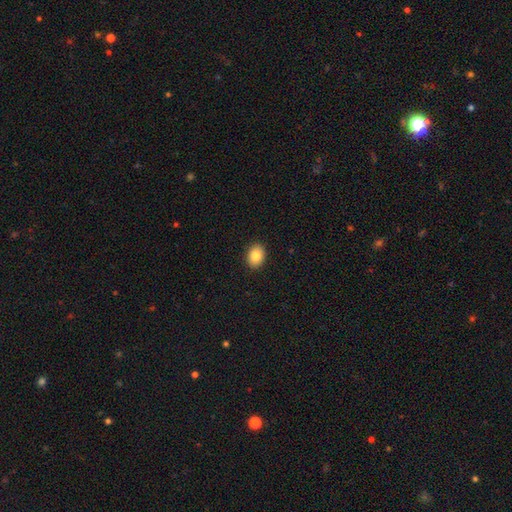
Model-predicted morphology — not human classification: A smooth galaxy with no disk features (85%) that is in between round and cigar-shaped (64%).

Vote fractions:
- Smooth or featured? smooth: 85% / star or artifact: 8% / featured or disk: 7%
- How rounded? in between: 64% / round: 35% / cigar-shaped: 1%
- Merging? none: 91% / minor disturbance: 6% / major disturbance: 2% / merger: 1%